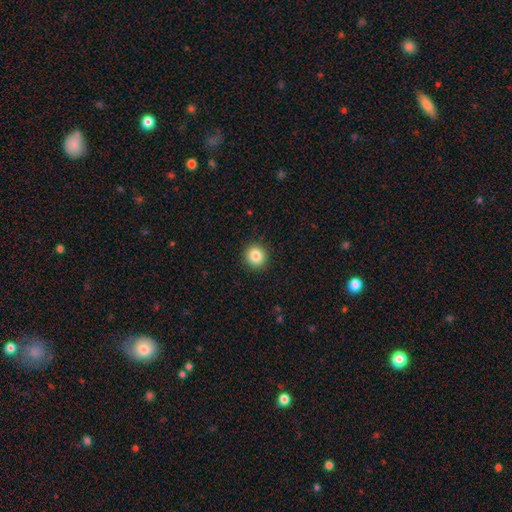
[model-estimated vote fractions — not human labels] smooth 84%, star or artifact 10%, featured or disk 6%. Down the decision tree: how rounded — round (93%); merging — none (92%).